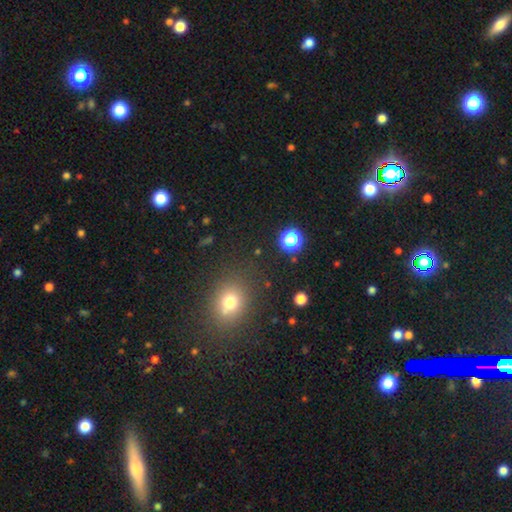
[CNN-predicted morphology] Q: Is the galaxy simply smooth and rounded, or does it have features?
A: smooth — 58%.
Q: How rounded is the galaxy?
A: round — 63%.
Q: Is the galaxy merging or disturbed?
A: none — 89%.